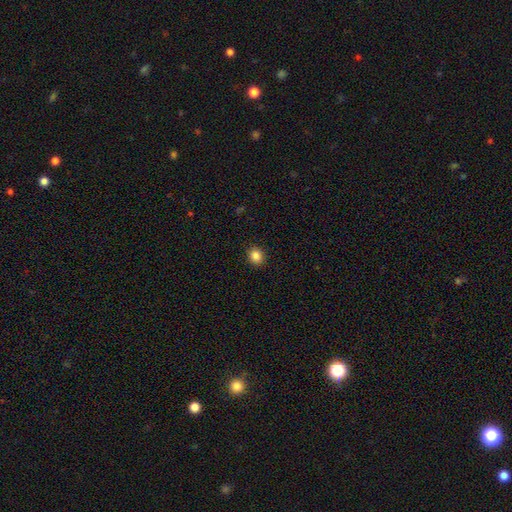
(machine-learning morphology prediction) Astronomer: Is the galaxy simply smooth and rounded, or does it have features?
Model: smooth — 85%.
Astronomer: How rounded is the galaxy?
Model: round — 75%.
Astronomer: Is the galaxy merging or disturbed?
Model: none — 91%.